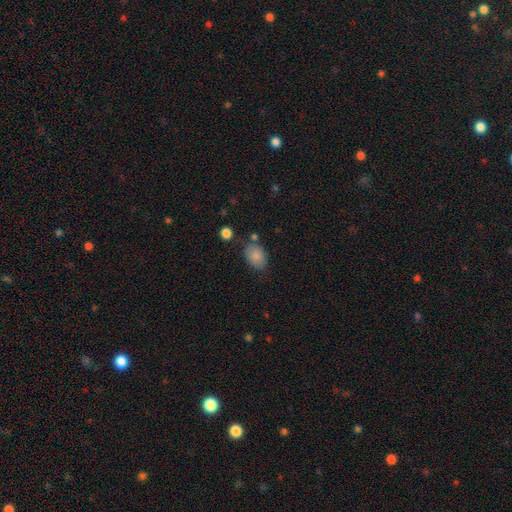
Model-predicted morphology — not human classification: Smooth or featured? smooth (85%)
How rounded? in between (79%)
Merging? none (72%)